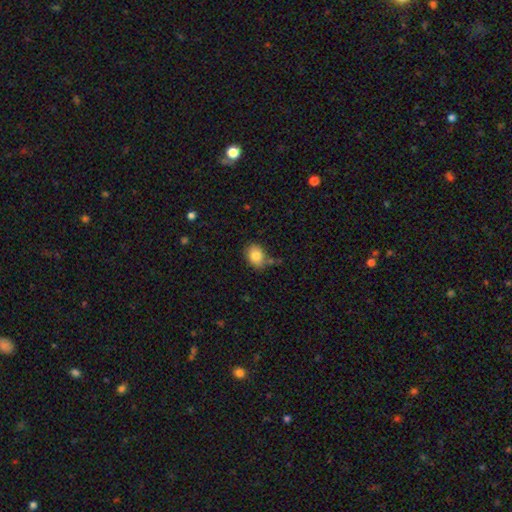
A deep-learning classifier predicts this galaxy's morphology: Smooth or featured? Predicted: smooth (p=0.84). How rounded? Predicted: in between (p=0.56). Merging? Predicted: none (p=0.67).